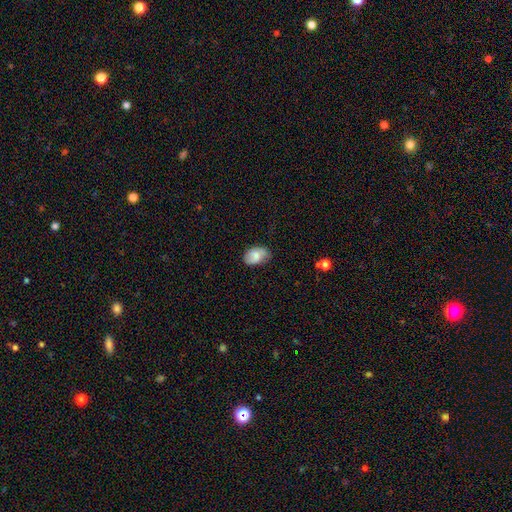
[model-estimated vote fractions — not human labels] A smooth galaxy with no disk features (75%) that is in between round and cigar-shaped (88%).

Vote fractions:
- Smooth or featured? smooth: 75% / featured or disk: 17% / star or artifact: 7%
- How rounded? in between: 88% / round: 11% / cigar-shaped: 1%
- Merging? none: 71% / minor disturbance: 23% / major disturbance: 4% / merger: 1%